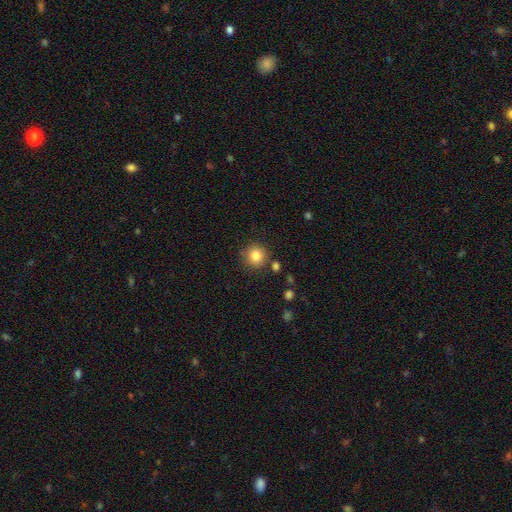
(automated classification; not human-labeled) Q: Smooth or featured?
A: smooth (83%); runner-up: star or artifact (11%)
Q: How rounded?
A: round (93%); runner-up: in between (6%)
Q: Merging?
A: none (84%); runner-up: minor disturbance (8%)